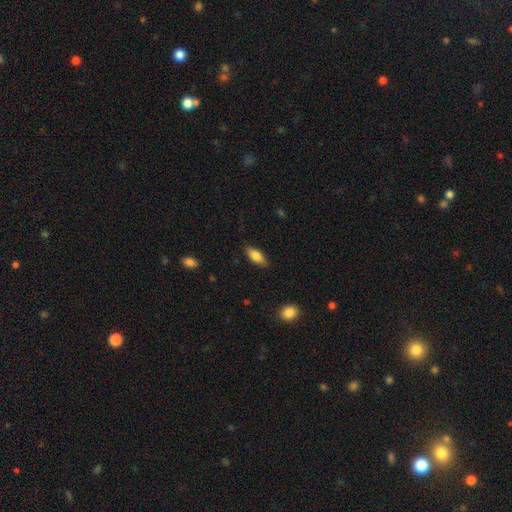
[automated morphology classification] Overall: smooth (74%). How rounded: in between (77%). Merging: none (84%).